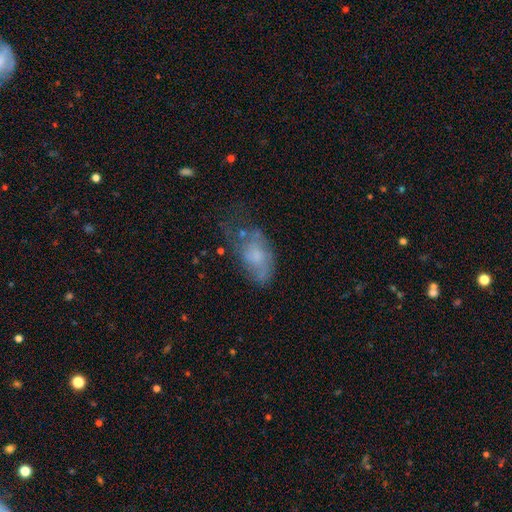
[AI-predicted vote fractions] Smooth or featured? Predicted: smooth (p=0.50). How rounded? Predicted: in between (p=0.90). Merging? Predicted: none (p=0.35).